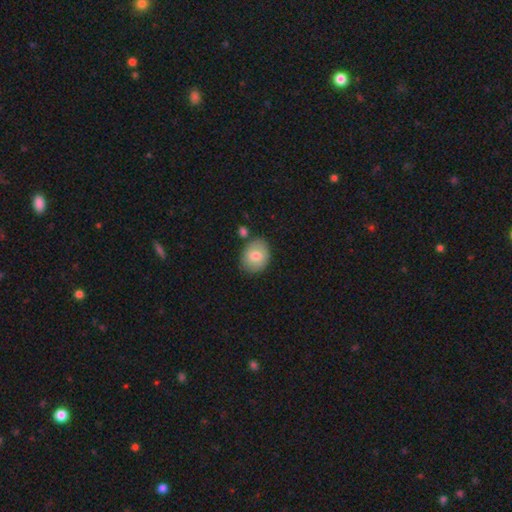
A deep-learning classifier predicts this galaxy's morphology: This is likely a smooth galaxy (76%). How rounded: possibly in between (50%). Merging: likely none (76%).